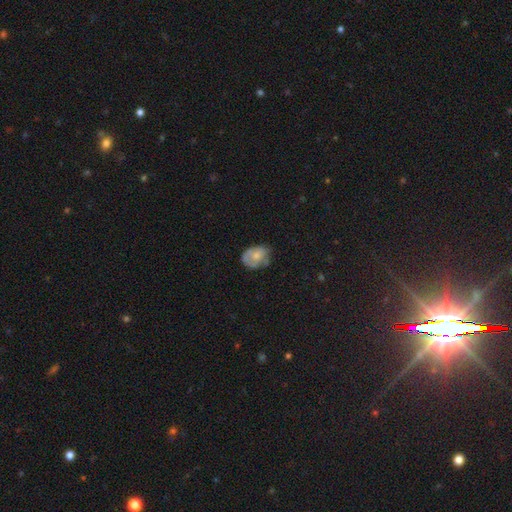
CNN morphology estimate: Smooth or featured?
  - smooth: 57% *
  - featured or disk: 35%
  - star or artifact: 8%
How rounded?
  - in between: 66% *
  - round: 33%
  - cigar-shaped: 1%
Merging?
  - none: 49% *
  - minor disturbance: 33%
  - major disturbance: 15%
  - merger: 3%